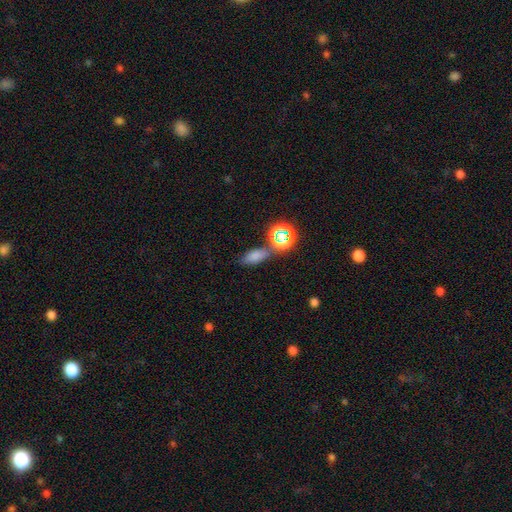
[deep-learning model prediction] This appears to be a smooth galaxy with no disk features (69%) that is in between round and cigar-shaped (75%). Merging: none (65%).